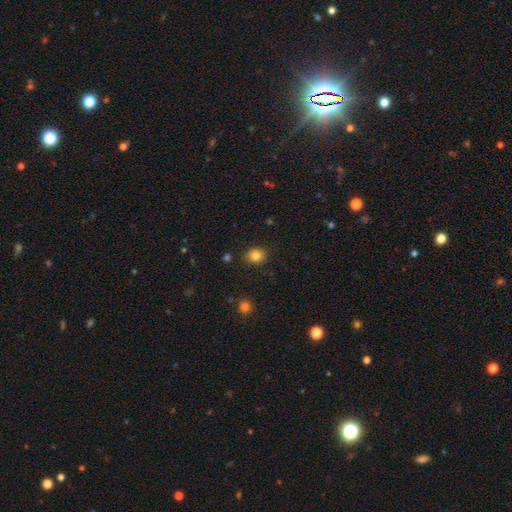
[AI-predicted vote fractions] Q: Smooth or featured?
A: smooth (83%); runner-up: star or artifact (11%)
Q: How rounded?
A: round (64%); runner-up: in between (35%)
Q: Merging?
A: none (86%); runner-up: minor disturbance (10%)